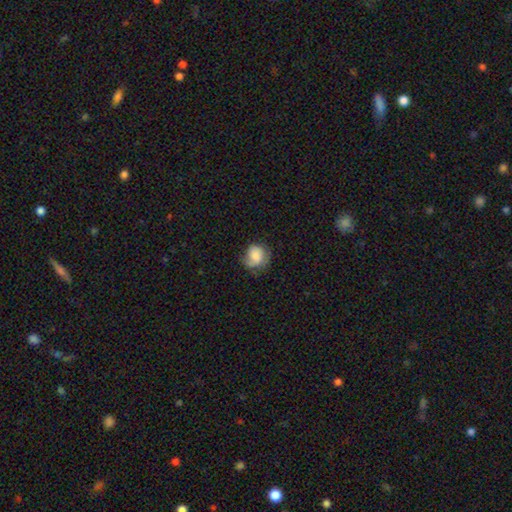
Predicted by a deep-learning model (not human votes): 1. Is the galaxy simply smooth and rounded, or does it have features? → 74% smooth, 18% featured or disk, 8% star or artifact.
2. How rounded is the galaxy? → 72% round, 27% in between, 1% cigar-shaped.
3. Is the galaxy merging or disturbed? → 54% none, 30% minor disturbance, 14% major disturbance, 2% merger.